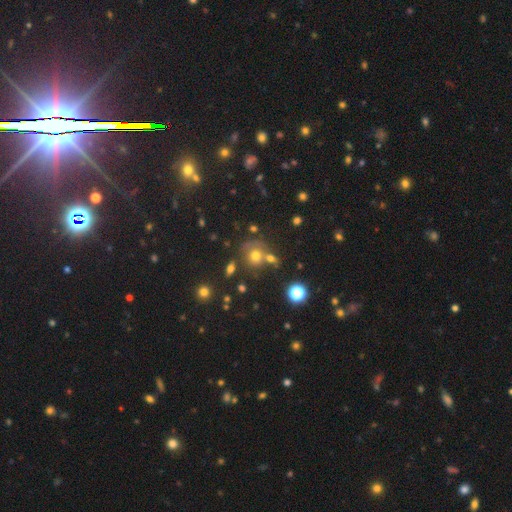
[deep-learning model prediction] Smooth or featured? smooth (66%)
How rounded? round (81%)
Merging? none (52%)